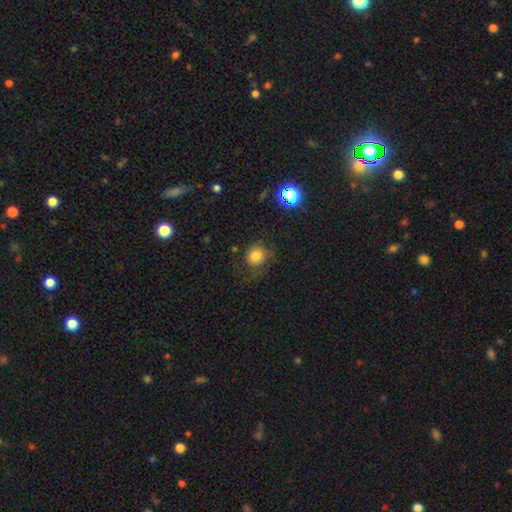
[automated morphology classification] smooth-or-featured: smooth: 77% | star or artifact: 12% | featured or disk: 10%
  how-rounded: round: 83% | in between: 16% | cigar-shaped: 1%
  merging: none: 56% | minor disturbance: 23% | major disturbance: 19% | merger: 2%